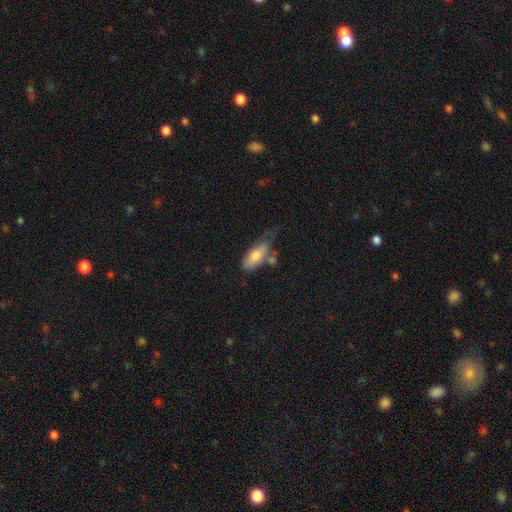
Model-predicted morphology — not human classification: Overall: smooth (73%). How rounded: in between (78%). Merging: none (41%; minor disturbance 30%).